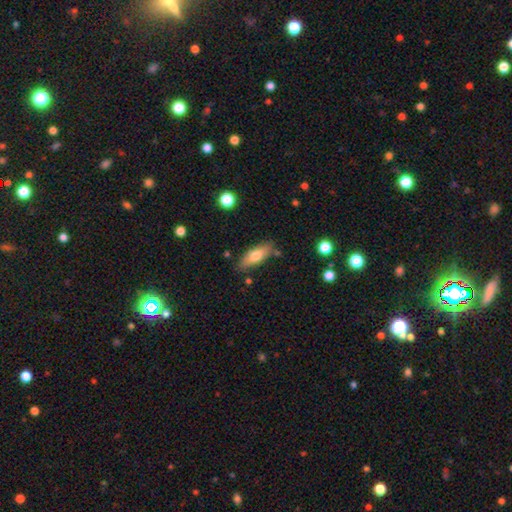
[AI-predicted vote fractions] Smooth or featured: smooth — 67% (featured or disk — 26%)
How rounded: in between — 59% (cigar-shaped — 38%)
Merging: none — 79% (minor disturbance — 14%)